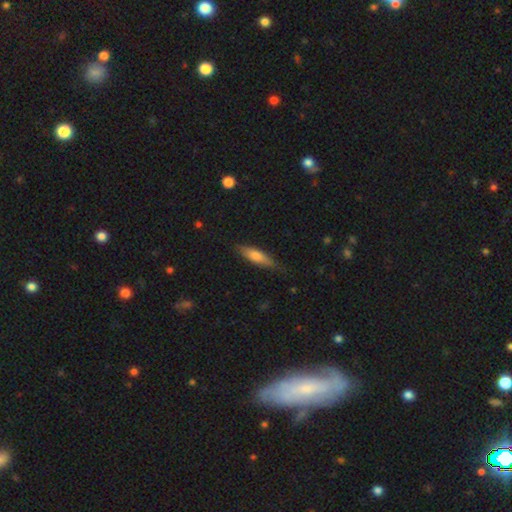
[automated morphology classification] smooth 66%, featured or disk 28%, star or artifact 6%. Down the decision tree: how rounded — cigar-shaped (63%); merging — none (77%).